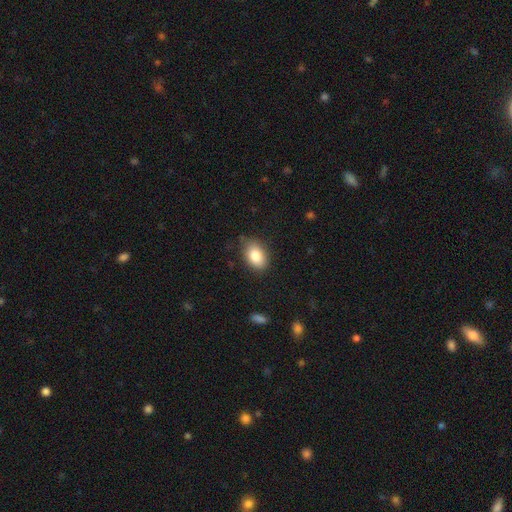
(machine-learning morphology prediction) Smooth or featured? Predicted: smooth (p=0.84). How rounded? Predicted: in between (p=0.84). Merging? Predicted: none (p=0.81).